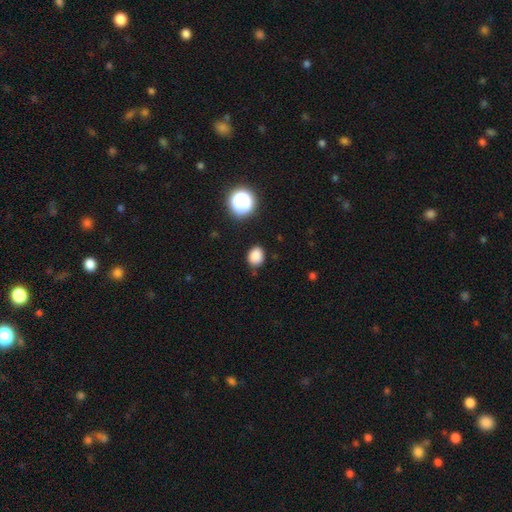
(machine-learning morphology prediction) Smooth or featured? smooth (84%)
How rounded? round (51%)
Merging? none (85%)